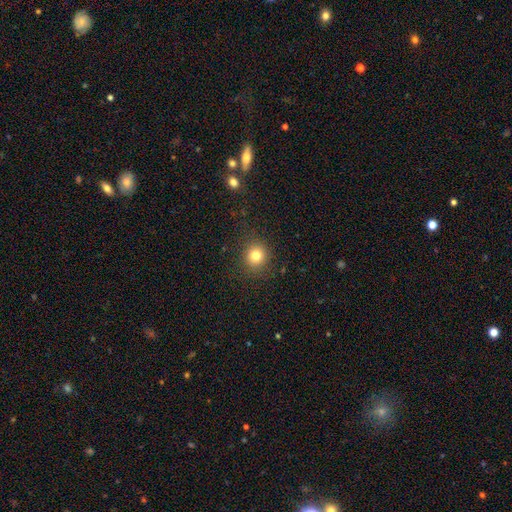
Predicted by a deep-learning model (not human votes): Morphology: type=smooth (81%); roundness=round (88%); merging=none (87%).